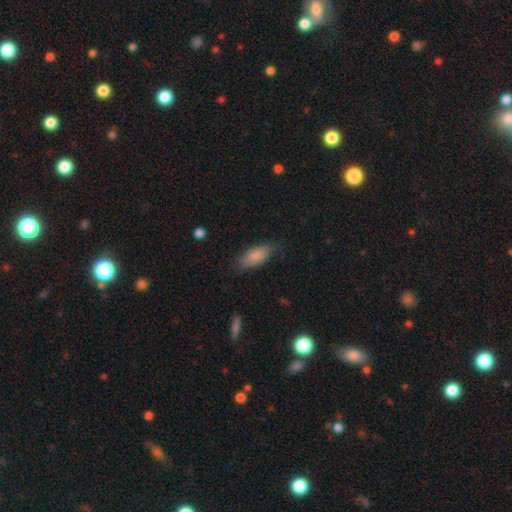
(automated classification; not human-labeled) Smooth or featured: smooth — 85% (featured or disk — 9%)
How rounded: in between — 84% (cigar-shaped — 14%)
Merging: none — 73% (minor disturbance — 21%)